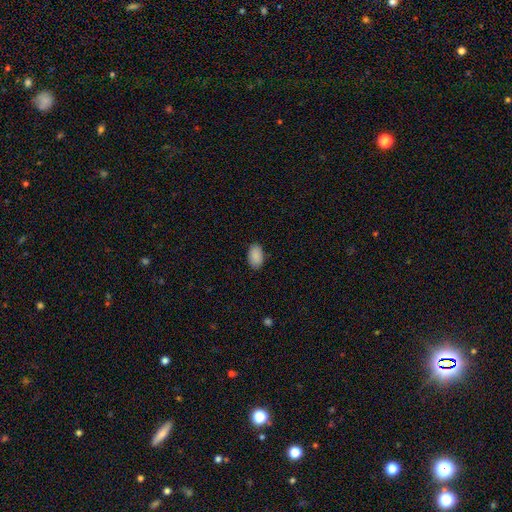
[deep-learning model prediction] Q: Smooth or featured?
A: smooth (90%); runner-up: star or artifact (7%)
Q: How rounded?
A: in between (93%); runner-up: round (6%)
Q: Merging?
A: none (87%); runner-up: minor disturbance (10%)